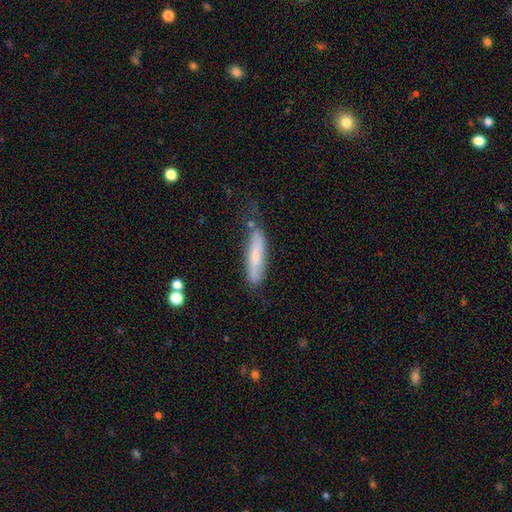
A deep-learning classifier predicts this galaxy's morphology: Smooth or featured? smooth (63%)
How rounded? cigar-shaped (81%)
Merging? none (58%)